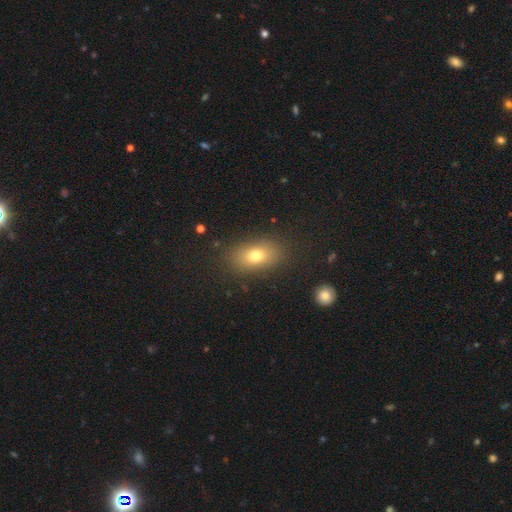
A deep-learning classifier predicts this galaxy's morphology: The model was most divided on "smooth or featured": smooth: 74%, featured or disk: 14%, star or artifact: 12%. More confident: merging — none (85%); how rounded — in between (83%).